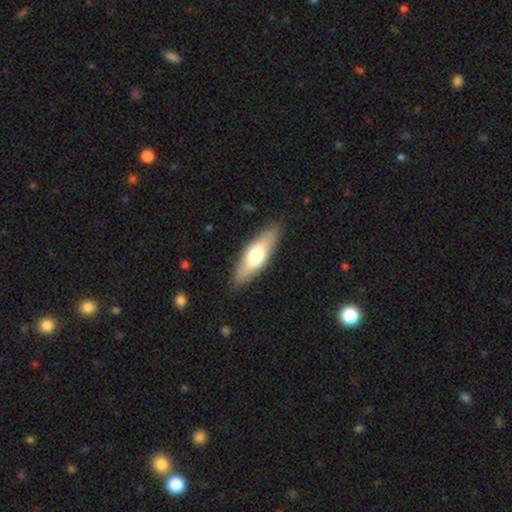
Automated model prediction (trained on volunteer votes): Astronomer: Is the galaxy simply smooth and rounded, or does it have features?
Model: smooth — 61%.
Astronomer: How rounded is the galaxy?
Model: in between — 50% (runner-up: cigar-shaped, 48%).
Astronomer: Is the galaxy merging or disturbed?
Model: none — 87%.